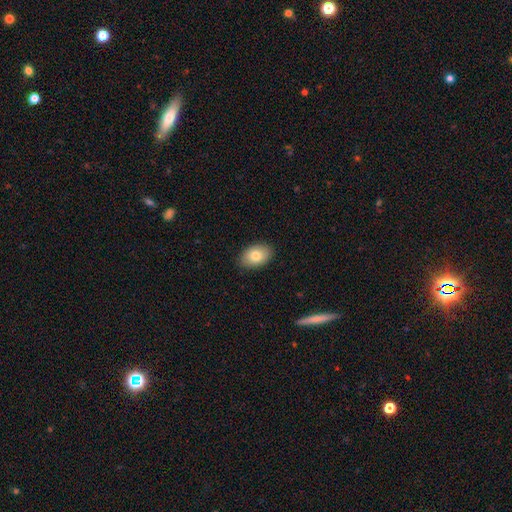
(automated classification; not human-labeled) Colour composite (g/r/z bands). It shows a smooth galaxy with no disk features (80%) that is in between round and cigar-shaped (88%). Merging: none (88%).